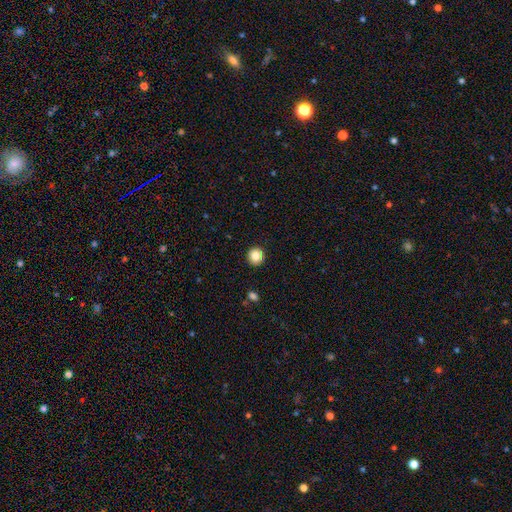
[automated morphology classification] The model was most divided on "smooth or featured": smooth: 85%, star or artifact: 9%, featured or disk: 6%. More confident: how rounded — round (94%); merging — none (92%).